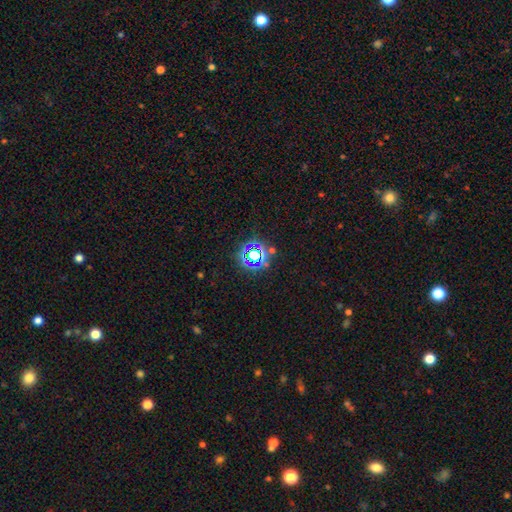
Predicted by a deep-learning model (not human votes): Smooth or featured? star or artifact (63%)